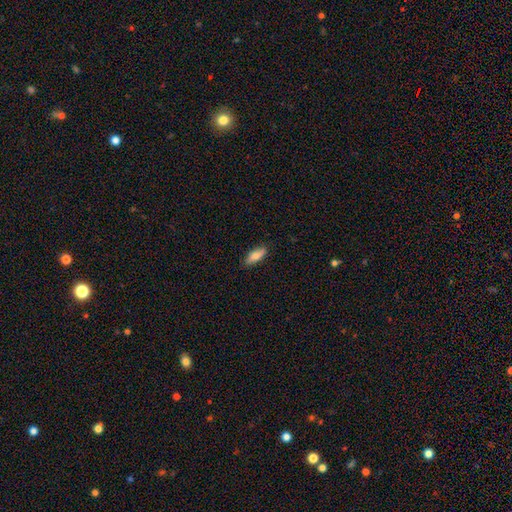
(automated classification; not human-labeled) Smooth or featured: smooth — 76% (featured or disk — 18%)
How rounded: in between — 69% (cigar-shaped — 29%)
Merging: none — 85% (minor disturbance — 12%)